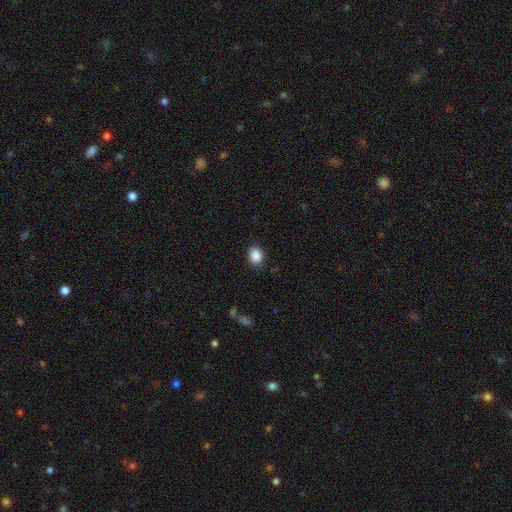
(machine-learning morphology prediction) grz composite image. It shows a smooth galaxy with no disk features (88%) that is in between round and cigar-shaped (58%). Merging: none (87%).